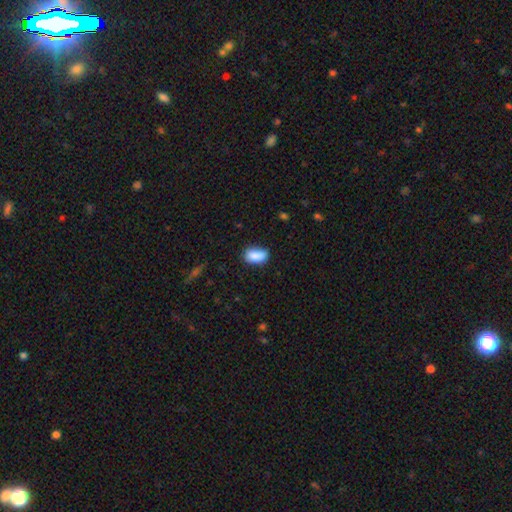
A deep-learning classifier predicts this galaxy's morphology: Overall: smooth (87%). How rounded: in between (90%). Merging: none (69%).